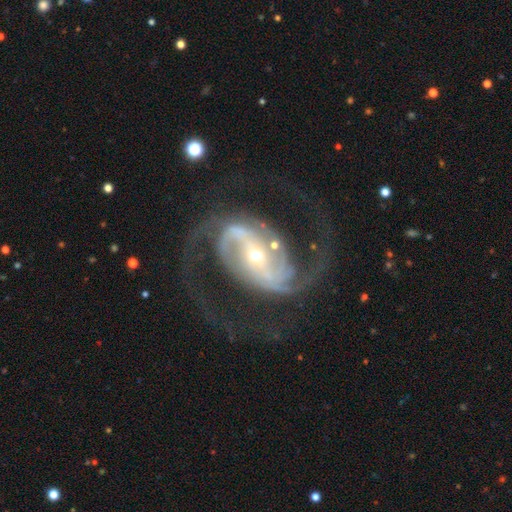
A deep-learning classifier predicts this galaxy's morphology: Smooth or featured? featured or disk (92%)
Edge-on disk? no (97%)
Bar? strong (54%)
Spiral arms? yes (98%)
Spiral winding? medium (58%)
Spiral arm count? 2 (89%)
Bulge size? small (60%)
Merging? none (72%)